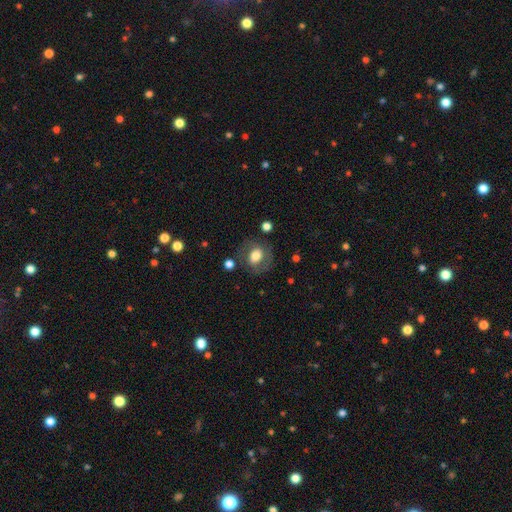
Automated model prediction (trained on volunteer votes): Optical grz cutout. It shows a smooth galaxy with no disk features (66%) that is round (54%). Merging: none (72%).